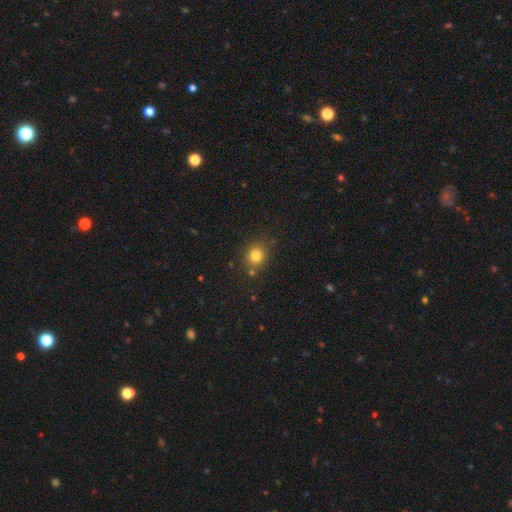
A smooth galaxy with no disk features (90%) that is round (77%).

Vote fractions:
- Smooth or featured? smooth: 90% / featured or disk: 5% / star or artifact: 5%
- How rounded? round: 77% / in between: 23% / cigar-shaped: 0%
- Merging? none: 86% / major disturbance: 5% / merger: 5% / minor disturbance: 3%